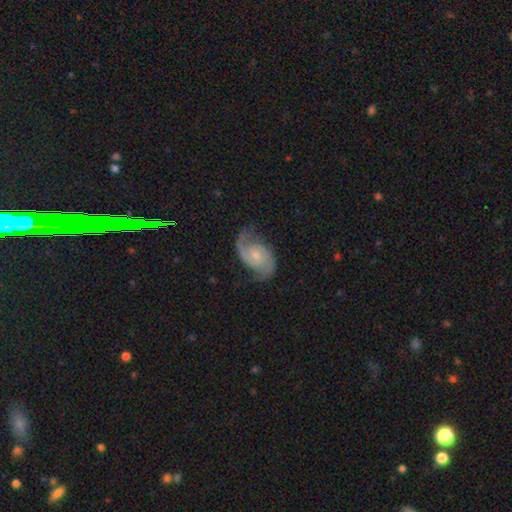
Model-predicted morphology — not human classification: Q: Smooth or featured?
A: featured or disk (88%); runner-up: smooth (7%)
Q: Edge-on disk?
A: no (97%); runner-up: yes (3%)
Q: Bar?
A: no (63%); runner-up: weak (32%)
Q: Spiral arms?
A: yes (97%); runner-up: no (3%)
Q: Spiral winding?
A: medium (52%); runner-up: tight (27%)
Q: Spiral arm count?
A: 2 (90%); runner-up: can't tell (4%)
Q: Bulge size?
A: small (50%); runner-up: moderate (43%)
Q: Merging?
A: none (73%); runner-up: minor disturbance (18%)